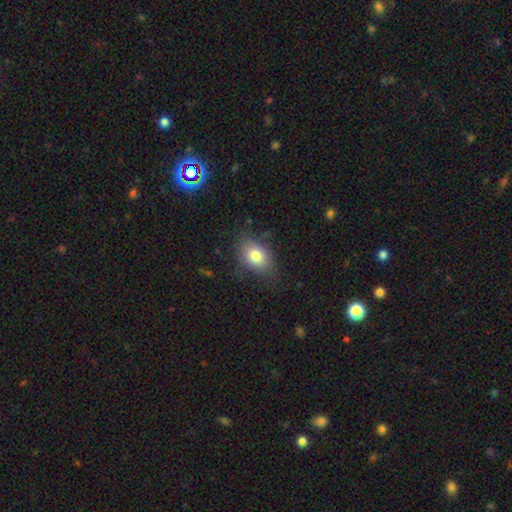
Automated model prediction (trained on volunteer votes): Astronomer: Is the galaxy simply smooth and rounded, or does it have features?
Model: smooth — 78%.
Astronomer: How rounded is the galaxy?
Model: in between — 70%.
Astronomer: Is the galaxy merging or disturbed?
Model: none — 76%.